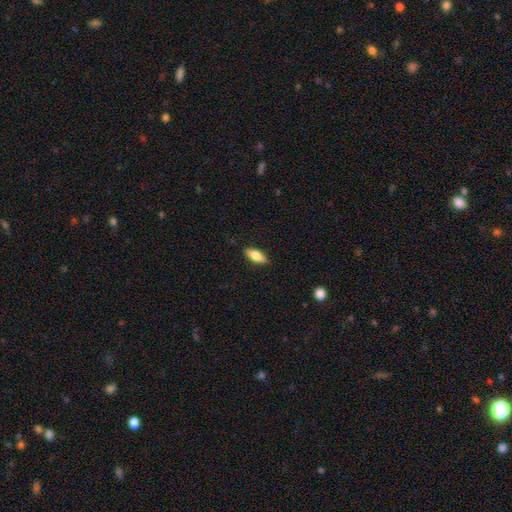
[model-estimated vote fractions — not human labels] Morphology: type=smooth (69%); roundness=in between (74%); merging=none (88%).